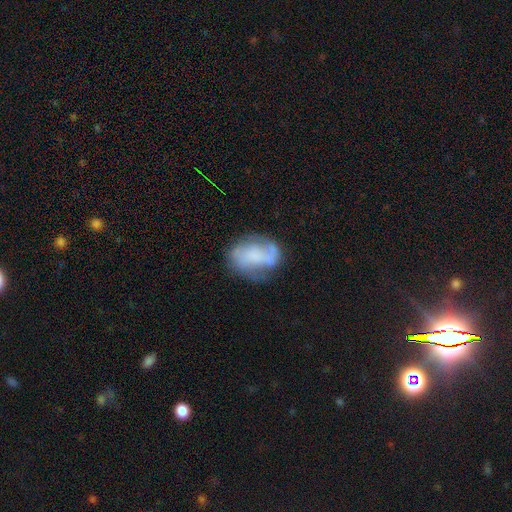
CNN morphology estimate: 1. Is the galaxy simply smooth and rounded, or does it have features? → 51% featured or disk, 39% smooth, 10% star or artifact.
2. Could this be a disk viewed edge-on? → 97% no, 3% yes.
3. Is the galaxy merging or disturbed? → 50% none, 27% minor disturbance, 16% major disturbance, 6% merger.